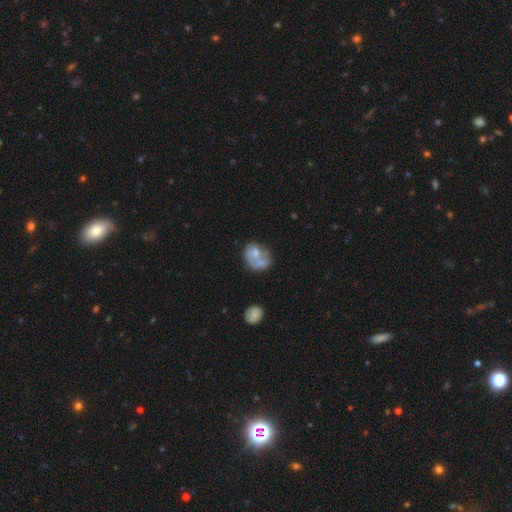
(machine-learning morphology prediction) Q: Smooth or featured?
A: smooth (52%); runner-up: featured or disk (39%)
Q: How rounded?
A: round (51%); runner-up: in between (48%)
Q: Merging?
A: merger (34%); runner-up: none (29%)